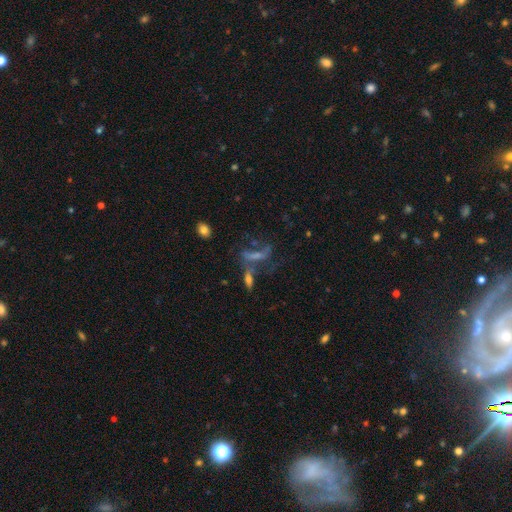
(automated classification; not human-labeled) smooth_or_featured: featured or disk (p=0.48) [alt: smooth p=0.27]
merging: none (p=0.36) [alt: merger p=0.27]